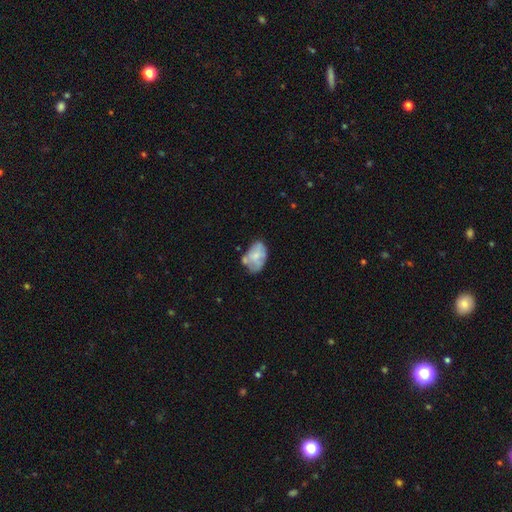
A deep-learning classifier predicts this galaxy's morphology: smooth-or-featured: smooth: 51% | featured or disk: 41% | star or artifact: 7%
  how-rounded: in between: 85% | round: 13% | cigar-shaped: 1%
  merging: none: 39% | minor disturbance: 32% | major disturbance: 15% | merger: 15%